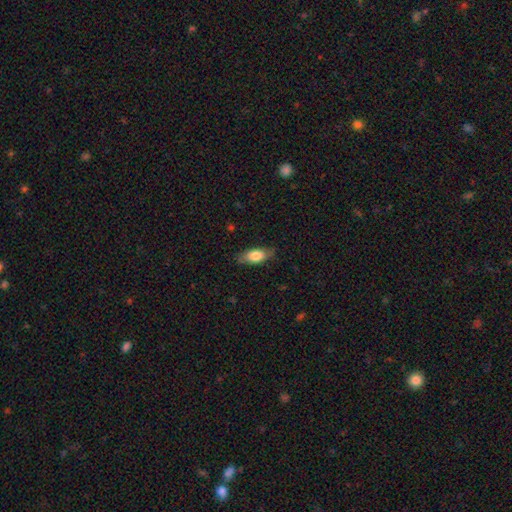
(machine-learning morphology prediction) The model was most divided on "smooth or featured": smooth: 76%, featured or disk: 17%, star or artifact: 6%. More confident: how rounded — in between (82%); merging — none (80%).